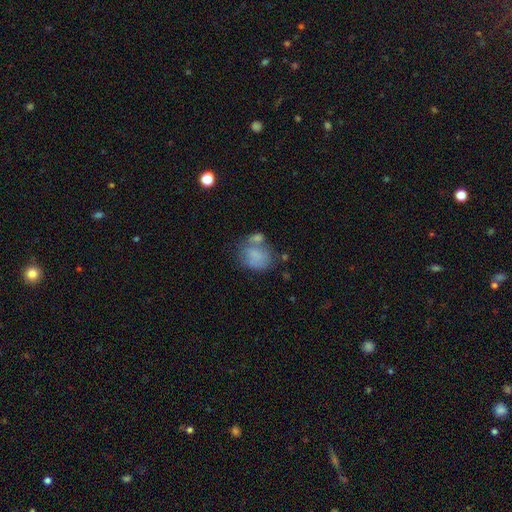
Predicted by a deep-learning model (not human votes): Smooth or featured: smooth — 71% (featured or disk — 20%)
How rounded: in between — 50% (round — 49%)
Merging: none — 38% (merger — 29%)